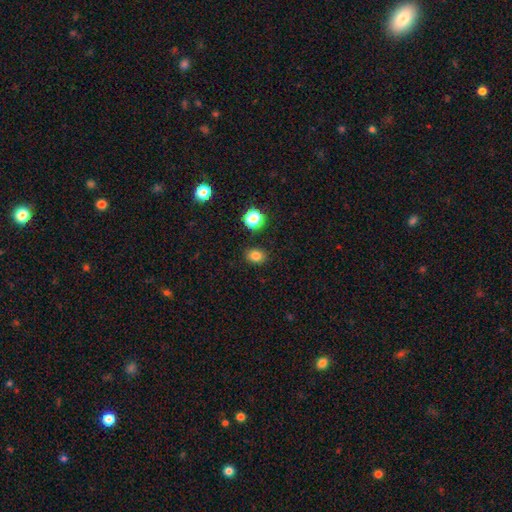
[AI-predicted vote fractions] This is clearly a smooth galaxy (81%). How rounded: possibly in between (52%). Merging: clearly none (87%).